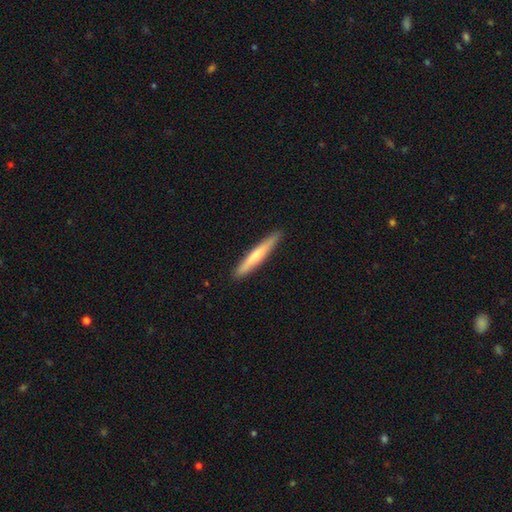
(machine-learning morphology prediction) Q: Smooth or featured?
A: smooth (64%); runner-up: featured or disk (31%)
Q: How rounded?
A: cigar-shaped (95%); runner-up: in between (4%)
Q: Merging?
A: none (90%); runner-up: minor disturbance (8%)